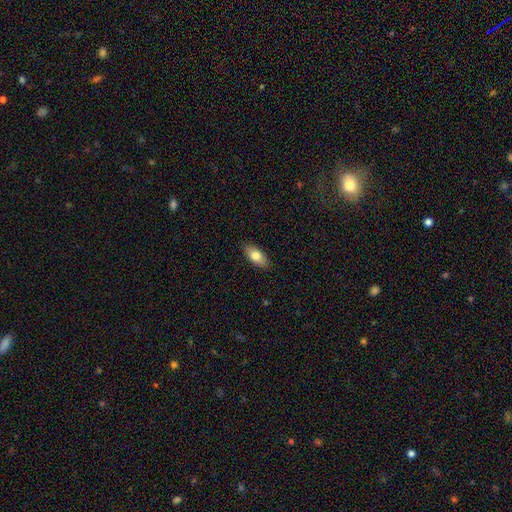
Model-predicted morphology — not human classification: Smooth or featured?
  - smooth: 78% *
  - featured or disk: 16%
  - star or artifact: 7%
How rounded?
  - in between: 88% *
  - cigar-shaped: 9%
  - round: 3%
Merging?
  - none: 88% *
  - minor disturbance: 9%
  - major disturbance: 2%
  - merger: 1%